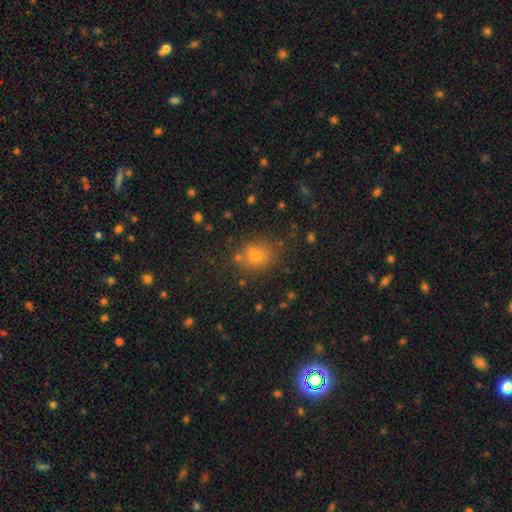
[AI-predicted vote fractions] smooth 68%, star or artifact 22%, featured or disk 10%. Down the decision tree: how rounded — round (68%); merging — none (72%).